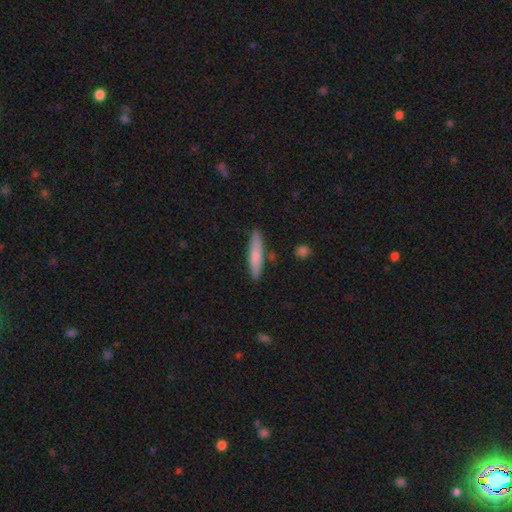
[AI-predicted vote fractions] This is likely a smooth galaxy (75%). How rounded: clearly cigar-shaped (87%). Merging: clearly none (84%).